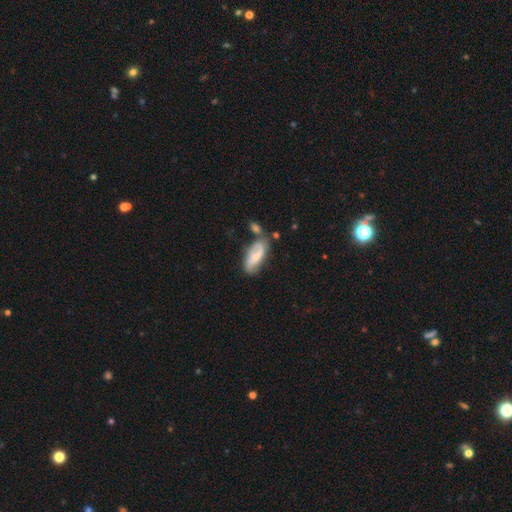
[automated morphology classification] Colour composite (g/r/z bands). It shows a featured or disk galaxy (51%). Merging: none (50%).